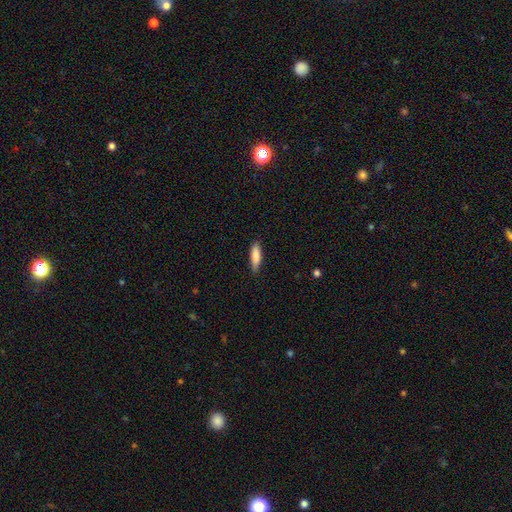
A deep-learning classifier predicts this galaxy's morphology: smooth-or-featured: smooth: 84% | featured or disk: 10% | star or artifact: 6%
  how-rounded: cigar-shaped: 57% | in between: 41% | round: 2%
  merging: none: 83% | minor disturbance: 14% | major disturbance: 2% | merger: 1%